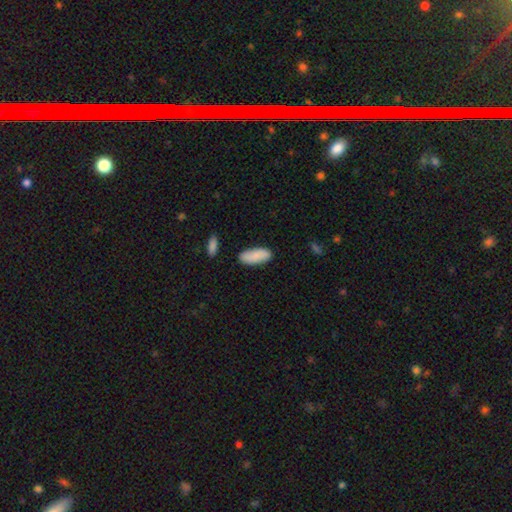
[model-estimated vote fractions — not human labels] Overall: smooth (86%). How rounded: in between (83%). Merging: none (83%).